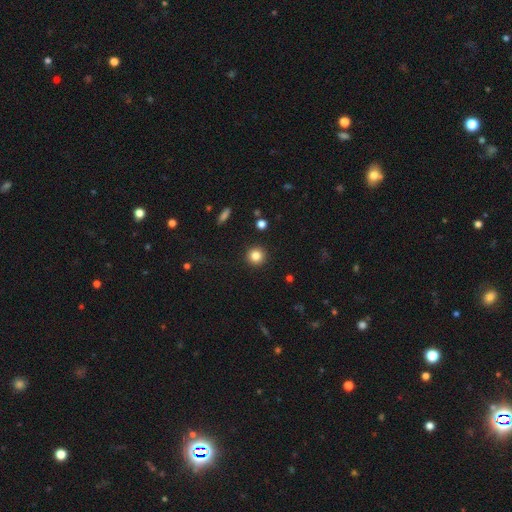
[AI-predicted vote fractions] Overall: smooth (84%). How rounded: round (94%). Merging: none (92%).